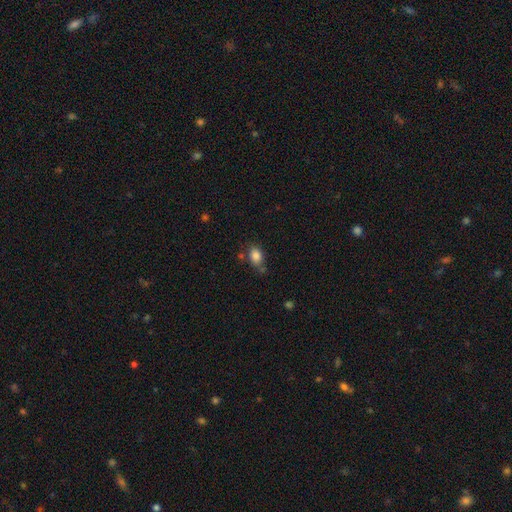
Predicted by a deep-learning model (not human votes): The model was most divided on "how rounded": in between: 71%, round: 28%, cigar-shaped: 1%. More confident: smooth or featured — smooth (85%); merging — none (64%).